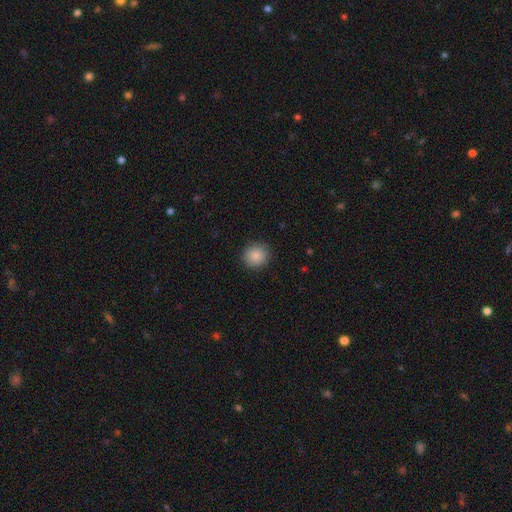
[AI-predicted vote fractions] This appears to be a smooth galaxy with no disk features (86%) that is round (92%). Merging: none (90%).